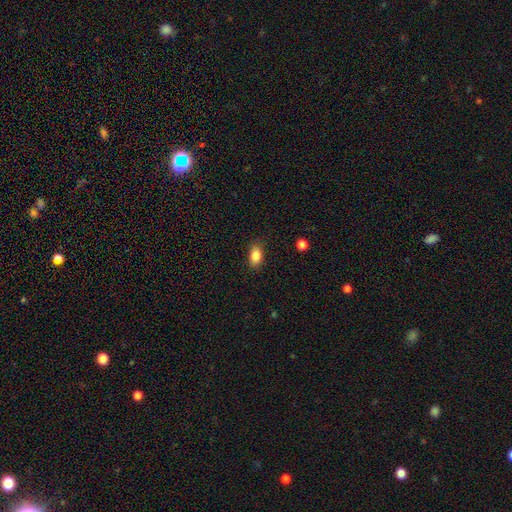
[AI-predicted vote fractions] Q: Smooth or featured?
A: smooth (86%); runner-up: star or artifact (9%)
Q: How rounded?
A: in between (87%); runner-up: round (10%)
Q: Merging?
A: none (84%); runner-up: minor disturbance (12%)